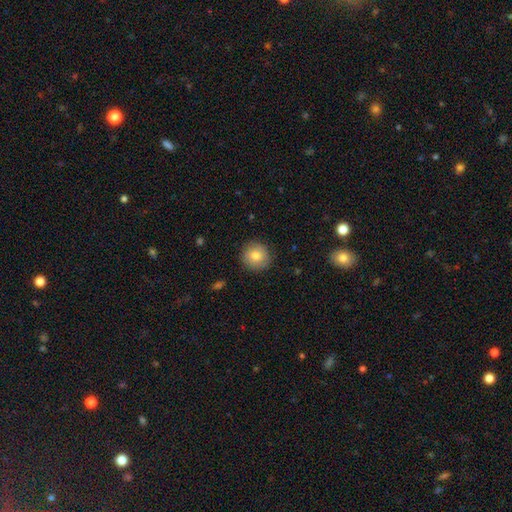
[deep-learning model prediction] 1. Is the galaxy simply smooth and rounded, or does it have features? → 77% smooth, 15% featured or disk, 8% star or artifact.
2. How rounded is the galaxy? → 92% round, 7% in between, 1% cigar-shaped.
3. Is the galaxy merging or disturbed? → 87% none, 10% minor disturbance, 2% major disturbance, 1% merger.